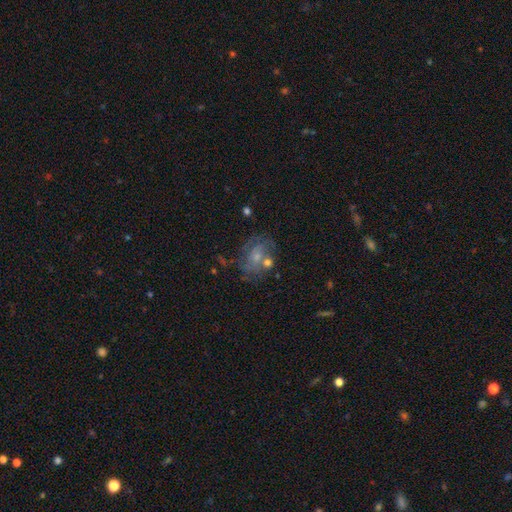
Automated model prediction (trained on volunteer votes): This appears to be a featured or disk galaxy (60%) with no bar (73%), spiral arms (68%) and a small central bulge (54%). Merging: none (46%).